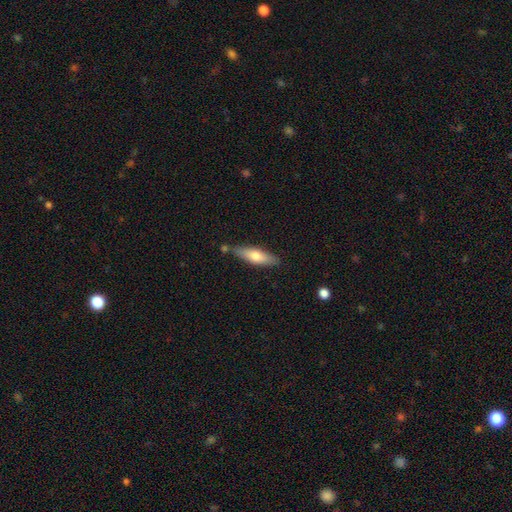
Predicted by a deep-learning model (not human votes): A smooth galaxy with no disk features (62%) that is cigar-shaped (58%). Merging: none (75%).